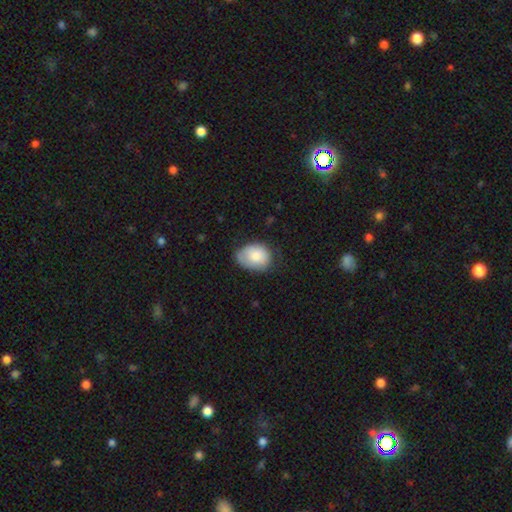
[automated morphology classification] The model was most divided on "merging": none: 55%, minor disturbance: 35%, major disturbance: 9%, merger: 2%. More confident: smooth or featured — smooth (79%); how rounded — in between (66%).